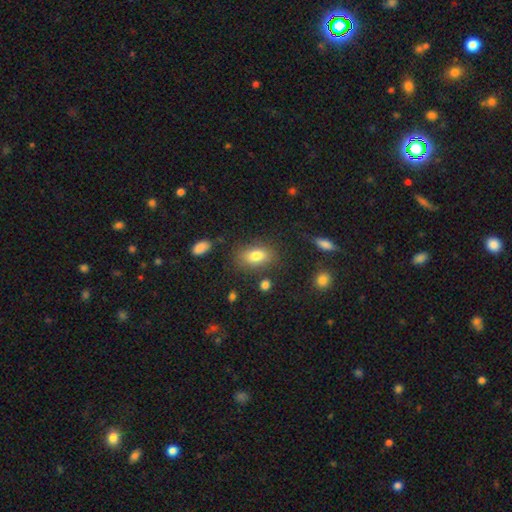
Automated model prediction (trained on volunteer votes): Smooth or featured: smooth — 81% (featured or disk — 10%)
How rounded: in between — 85% (round — 11%)
Merging: none — 78% (minor disturbance — 13%)